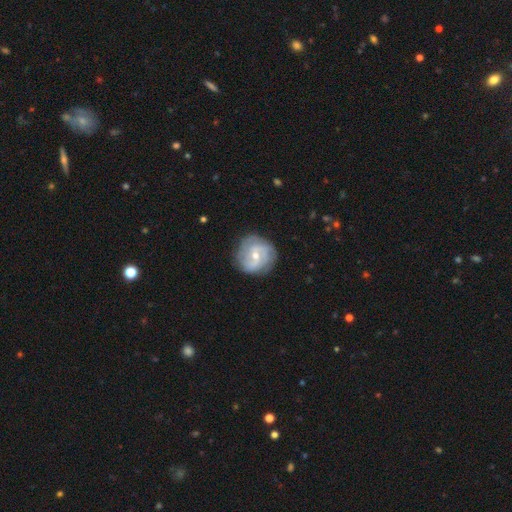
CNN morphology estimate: Smooth or featured: featured or disk — 74% (smooth — 20%)
Edge-on disk: no — 98% (yes — 2%)
Bar: weak — 47% (no — 41%)
Spiral arms: yes — 90% (no — 10%)
Spiral winding: tight — 43% (medium — 41%)
Spiral arm count: 2 — 42% (can't tell — 25%)
Bulge size: small — 49% (moderate — 47%)
Merging: none — 79% (minor disturbance — 15%)